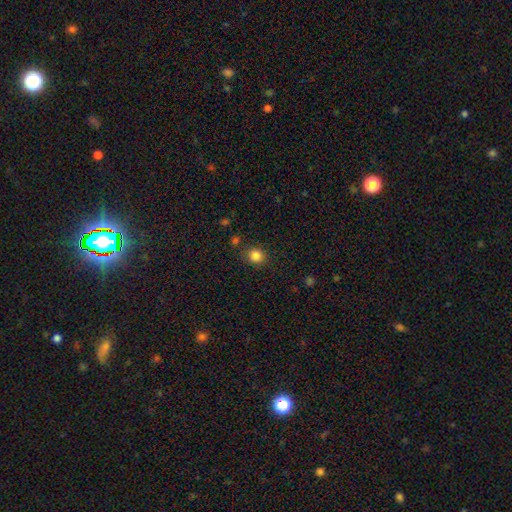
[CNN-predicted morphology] Smooth or featured: smooth — 84% (star or artifact — 11%)
How rounded: round — 81% (in between — 18%)
Merging: none — 85% (minor disturbance — 10%)